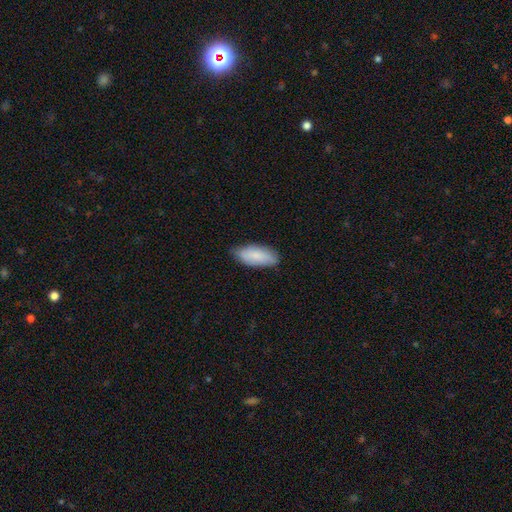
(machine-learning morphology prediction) smooth_or_featured: smooth (p=0.84) [alt: featured or disk p=0.10]
how_rounded: in between (p=0.86) [alt: cigar-shaped p=0.12]
merging: none (p=0.75) [alt: minor disturbance p=0.21]